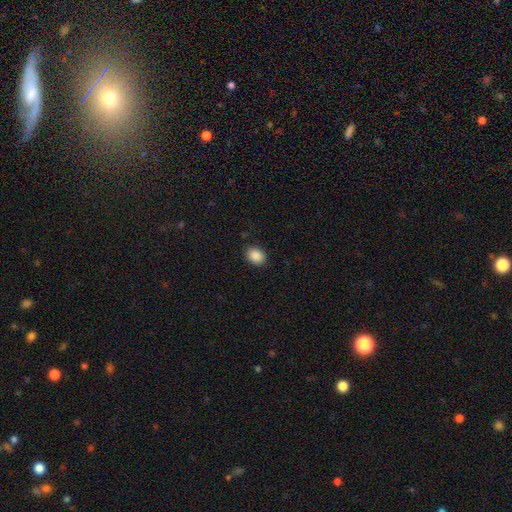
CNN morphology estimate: This appears to be a smooth galaxy with no disk features (89%) that is in between round and cigar-shaped (60%). Merging: none (89%).